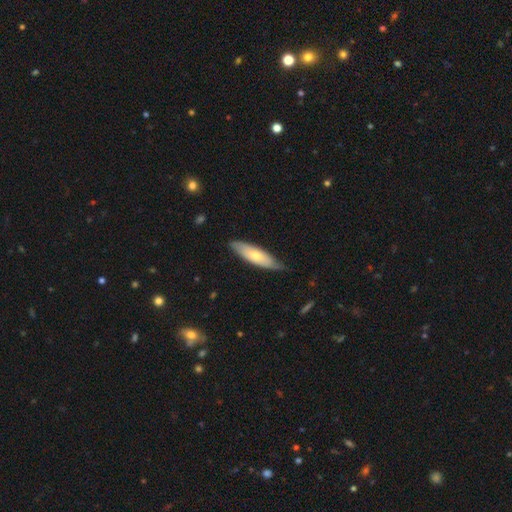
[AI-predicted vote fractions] This is possibly a smooth galaxy (60%). How rounded: possibly cigar-shaped (56%). Merging: likely none (75%).